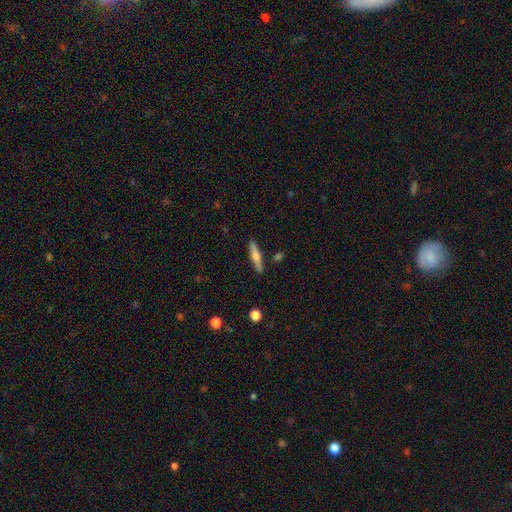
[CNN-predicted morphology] Smooth or featured: featured or disk — 48% (smooth — 46%)
Merging: none — 88% (minor disturbance — 8%)